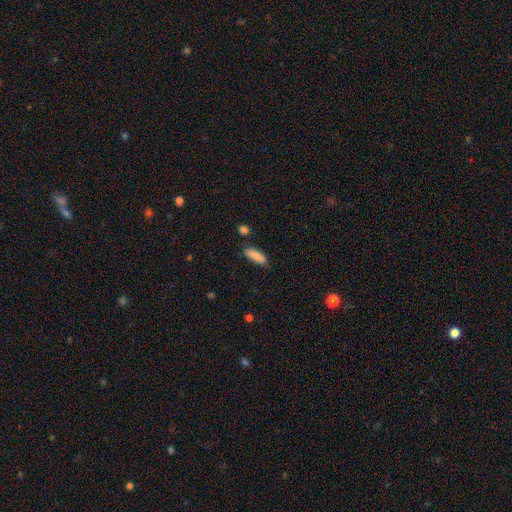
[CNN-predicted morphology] Overall: smooth (88%). How rounded: in between (56%; cigar-shaped 42%). Merging: none (79%).